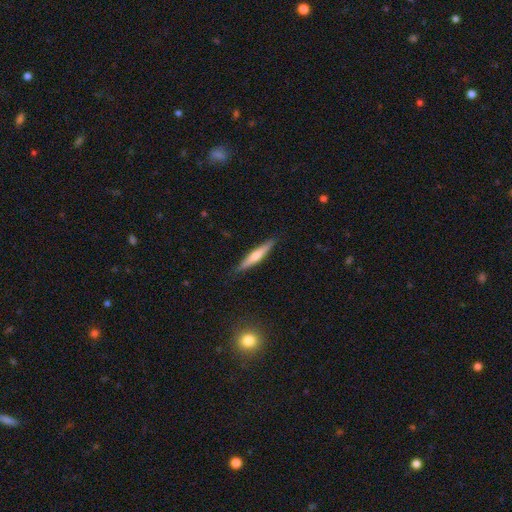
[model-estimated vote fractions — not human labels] smooth_or_featured: smooth (p=0.50) [alt: featured or disk p=0.44]
merging: none (p=0.88) [alt: minor disturbance p=0.09]